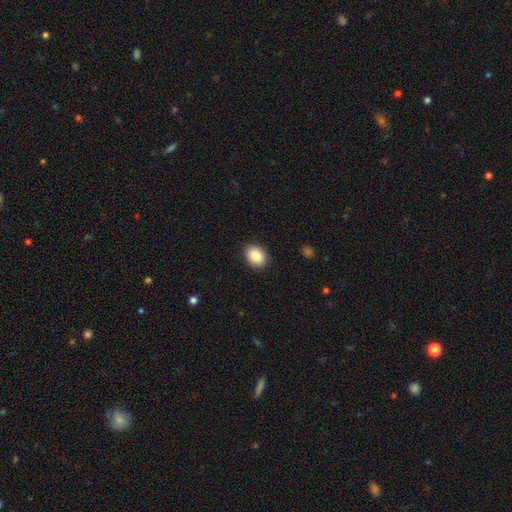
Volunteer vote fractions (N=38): Smooth or featured: smooth — 97% (star or artifact — 3%)
How rounded: in between — 70% (round — 30%)
Merging: none — 89% (minor disturbance — 5%)